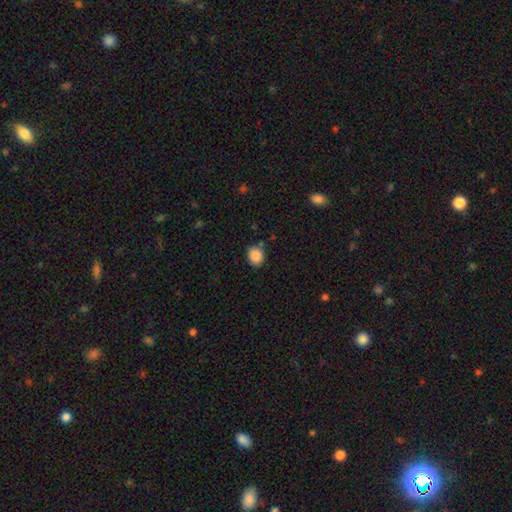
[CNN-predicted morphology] A smooth galaxy with no disk features (88%) that is round (56%).

Vote fractions:
- Smooth or featured? smooth: 88% / star or artifact: 8% / featured or disk: 3%
- How rounded? round: 56% / in between: 43% / cigar-shaped: 1%
- Merging? none: 81% / minor disturbance: 13% / merger: 3% / major disturbance: 3%